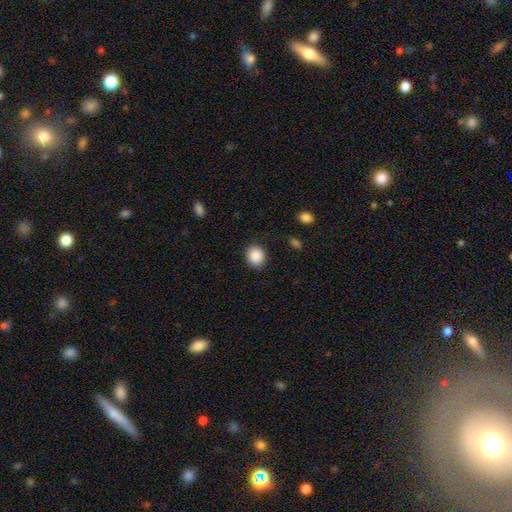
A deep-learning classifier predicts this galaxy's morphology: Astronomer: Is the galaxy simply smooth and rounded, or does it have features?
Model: smooth — 89%.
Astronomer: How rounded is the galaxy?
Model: round — 80%.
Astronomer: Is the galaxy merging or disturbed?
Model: none — 88%.